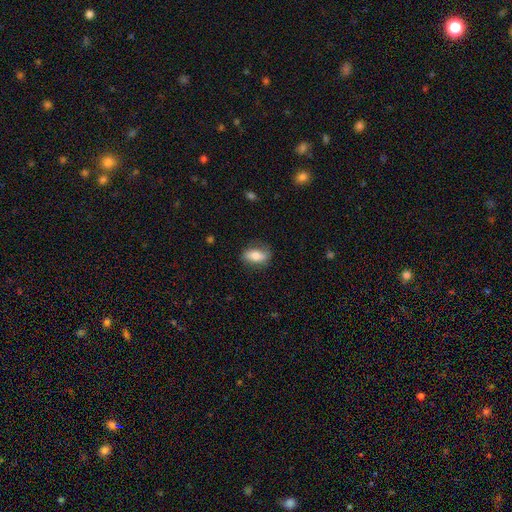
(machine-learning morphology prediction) Q: Smooth or featured?
A: smooth (67%); runner-up: featured or disk (26%)
Q: How rounded?
A: in between (82%); runner-up: cigar-shaped (11%)
Q: Merging?
A: none (80%); runner-up: minor disturbance (15%)